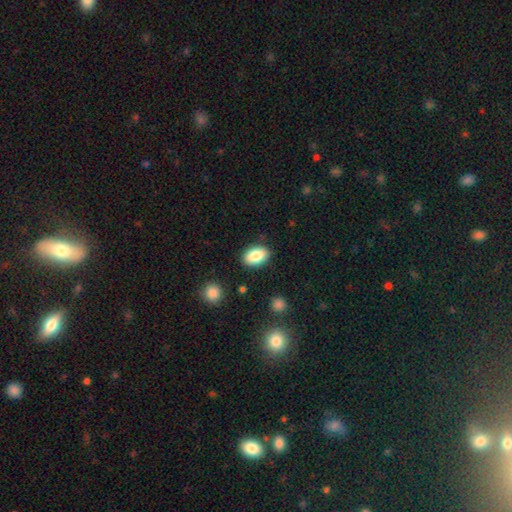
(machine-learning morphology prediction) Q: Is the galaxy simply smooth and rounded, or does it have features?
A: smooth — 84%.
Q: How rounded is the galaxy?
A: in between — 90%.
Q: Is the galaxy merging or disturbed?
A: none — 87%.